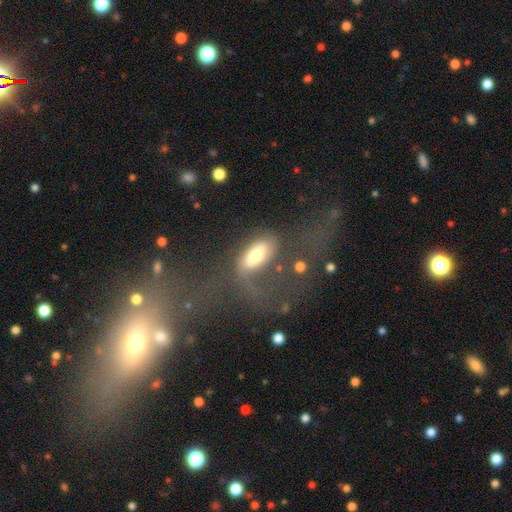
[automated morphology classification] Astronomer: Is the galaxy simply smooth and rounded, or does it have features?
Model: smooth — 51% (runner-up: featured or disk, 40%).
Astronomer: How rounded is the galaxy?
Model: in between — 82%.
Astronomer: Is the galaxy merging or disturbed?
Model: major disturbance — 47% (runner-up: none, 28%).